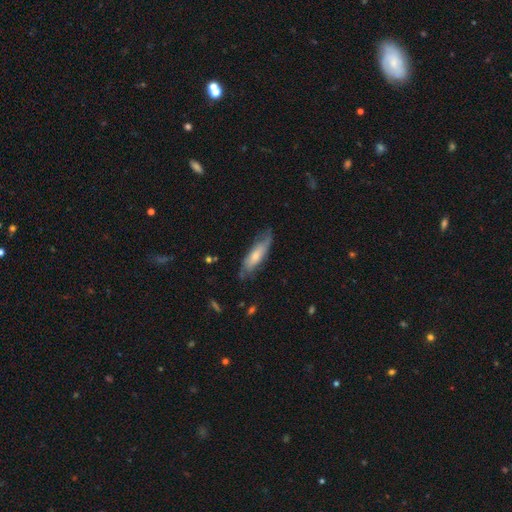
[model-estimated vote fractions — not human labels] The model was most divided on "how rounded": cigar-shaped: 51%, in between: 47%, round: 2%. More confident: merging — none (61%); smooth or featured — smooth (50%).